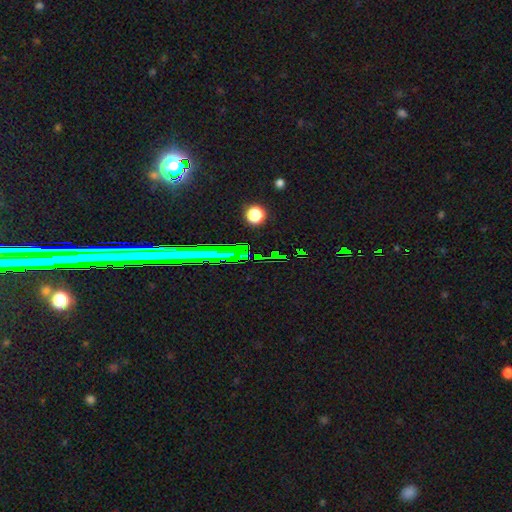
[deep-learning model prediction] Q: Smooth or featured?
A: star or artifact (75%); runner-up: featured or disk (14%)